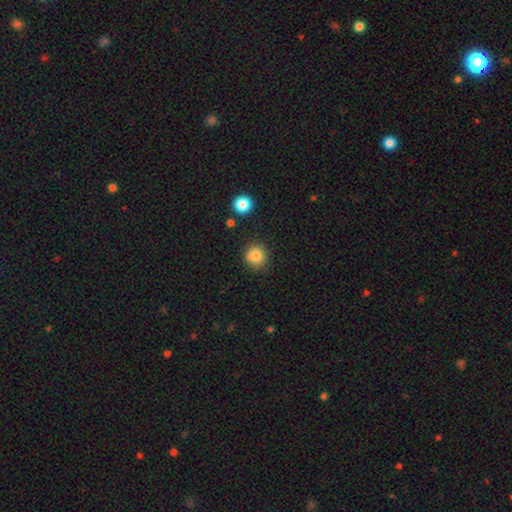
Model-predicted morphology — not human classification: smooth-or-featured: smooth: 81% | star or artifact: 11% | featured or disk: 8%
  how-rounded: round: 89% | in between: 10% | cigar-shaped: 1%
  merging: none: 74% | minor disturbance: 12% | merger: 11% | major disturbance: 3%